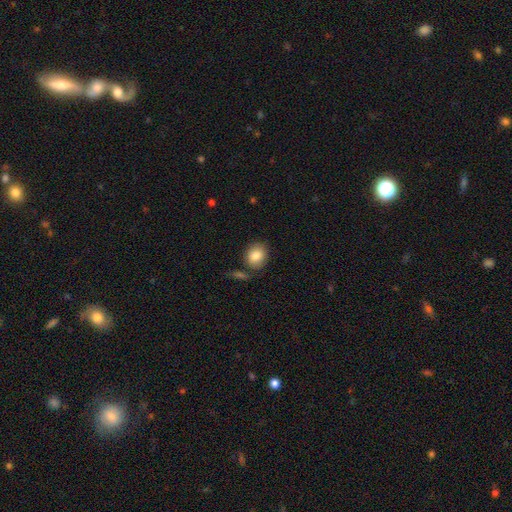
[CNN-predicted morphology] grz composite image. It shows a smooth galaxy with no disk features (83%) that is round (65%). Merging: none (75%).